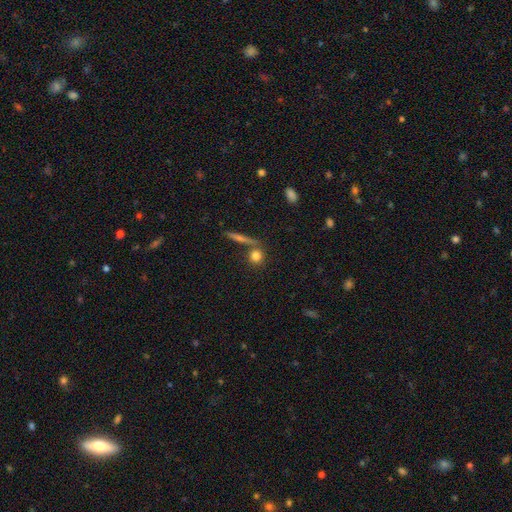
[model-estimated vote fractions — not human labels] Q: Smooth or featured?
A: smooth (78%); runner-up: featured or disk (11%)
Q: How rounded?
A: round (84%); runner-up: in between (11%)
Q: Merging?
A: none (70%); runner-up: merger (18%)